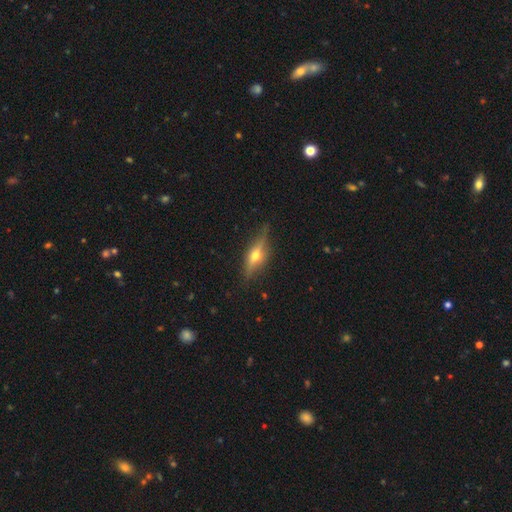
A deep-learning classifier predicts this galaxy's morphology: Q: Smooth or featured?
A: featured or disk (61%); runner-up: smooth (31%)
Q: Edge-on disk?
A: yes (92%); runner-up: no (8%)
Q: Edge-on bulge?
A: rounded (93%); runner-up: boxy (4%)
Q: Merging?
A: none (82%); runner-up: minor disturbance (13%)